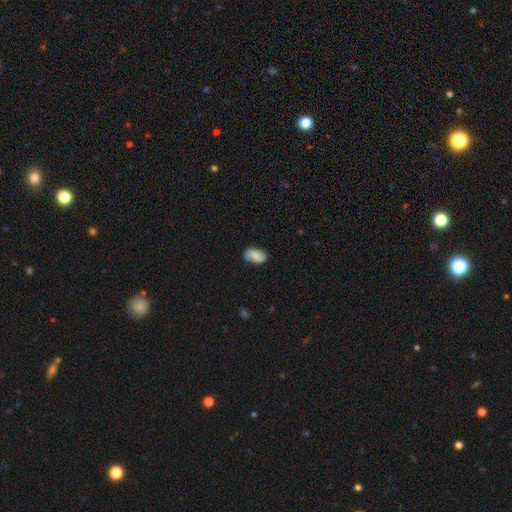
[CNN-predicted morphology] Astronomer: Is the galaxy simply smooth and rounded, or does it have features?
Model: smooth — 81%.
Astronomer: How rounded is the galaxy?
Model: in between — 91%.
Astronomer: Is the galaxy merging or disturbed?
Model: none — 67%.